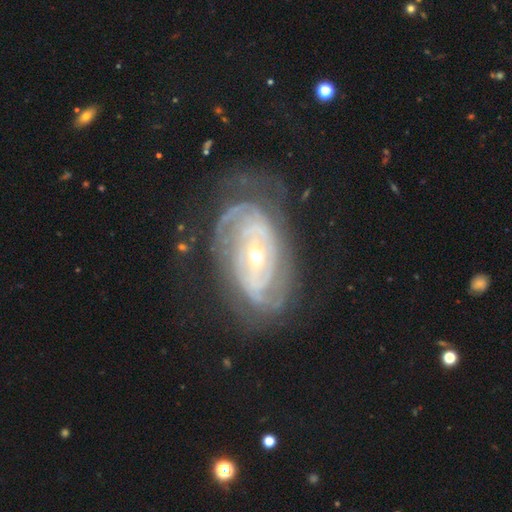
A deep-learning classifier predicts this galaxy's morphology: Smooth or featured?
  - featured or disk: 88% *
  - smooth: 7%
  - star or artifact: 5%
Edge-on disk?
  - no: 95% *
  - yes: 5%
Bar?
  - no: 54% *
  - weak: 30%
  - strong: 16%
Spiral arms?
  - yes: 93% *
  - no: 7%
Spiral winding?
  - tight: 72% *
  - medium: 21%
  - loose: 6%
Spiral arm count?
  - can't tell: 36% *
  - 2: 29%
  - 3: 14%
  - 4: 9%
  - more than 4: 6%
  - 1: 5%
Bulge size?
  - small: 58% *
  - moderate: 38%
  - large: 2%
  - dominant: 1%
  - none: 1%
Merging?
  - none: 66% *
  - minor disturbance: 19%
  - major disturbance: 14%
  - merger: 2%